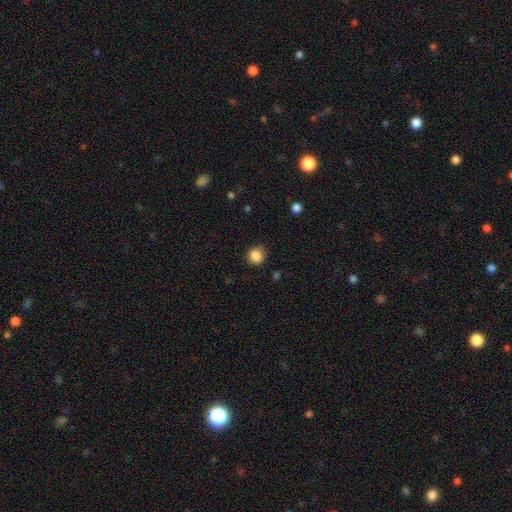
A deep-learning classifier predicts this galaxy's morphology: This appears to be a smooth galaxy with no disk features (86%) that is round (87%). Merging: none (80%).